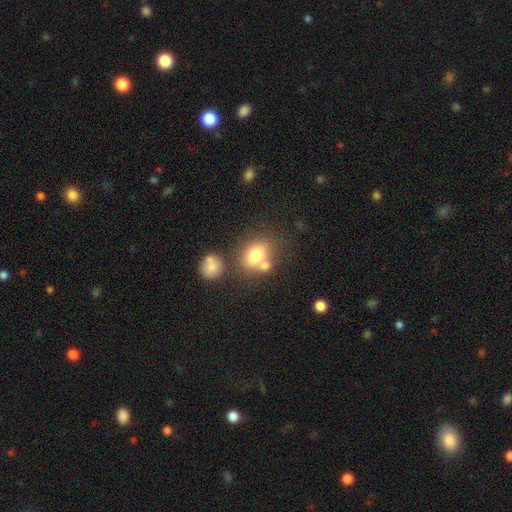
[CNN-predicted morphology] Q: Smooth or featured?
A: smooth (75%); runner-up: featured or disk (14%)
Q: How rounded?
A: in between (54%); runner-up: round (45%)
Q: Merging?
A: none (51%); runner-up: merger (30%)